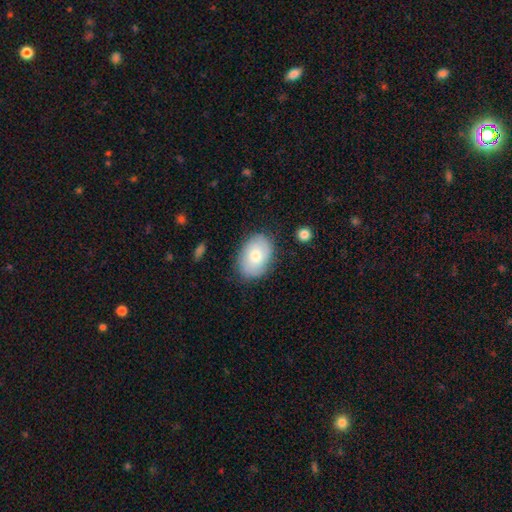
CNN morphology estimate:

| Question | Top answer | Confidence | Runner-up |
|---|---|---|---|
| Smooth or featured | smooth | 68% | featured or disk (25%) |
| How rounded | in between | 83% | round (16%) |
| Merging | none | 80% | minor disturbance (15%) |